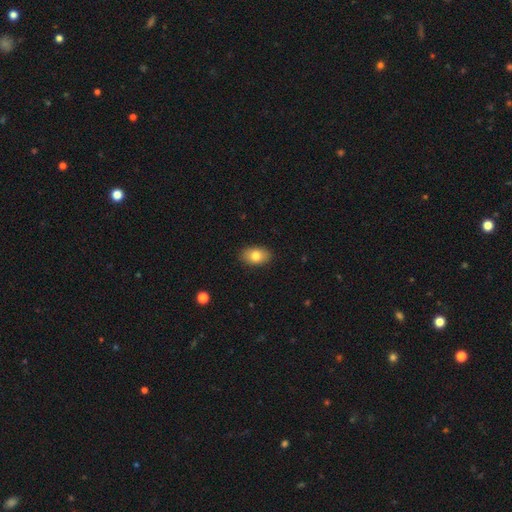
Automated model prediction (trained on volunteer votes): Smooth or featured?
  - smooth: 80% *
  - featured or disk: 12%
  - star or artifact: 8%
How rounded?
  - in between: 89% *
  - round: 10%
  - cigar-shaped: 1%
Merging?
  - none: 88% *
  - minor disturbance: 9%
  - major disturbance: 2%
  - merger: 1%